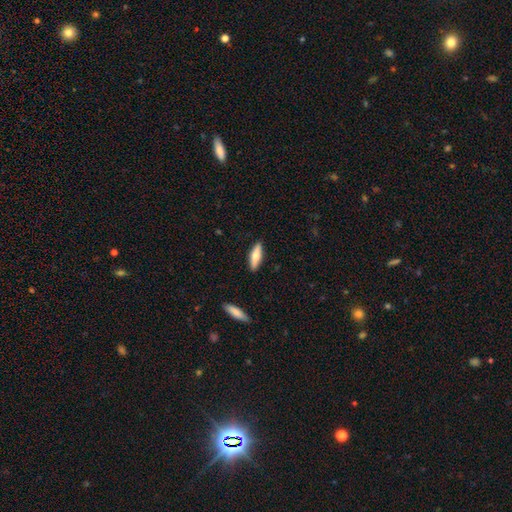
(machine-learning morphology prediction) smooth 59%, featured or disk 36%, star or artifact 6%. Down the decision tree: how rounded — cigar-shaped (60%); merging — none (89%).